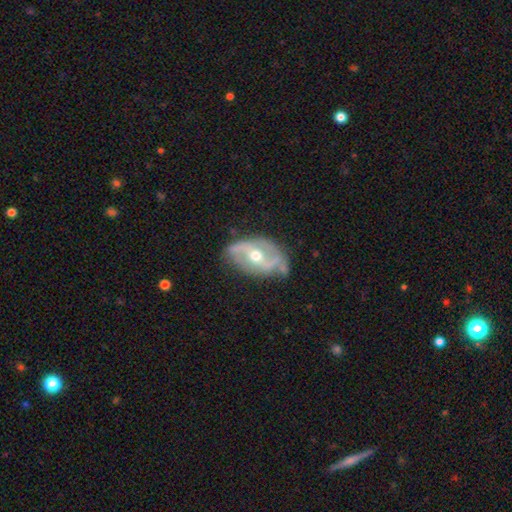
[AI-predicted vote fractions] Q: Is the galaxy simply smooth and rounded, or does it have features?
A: featured or disk — 81%.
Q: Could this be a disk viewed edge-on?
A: no — 94%.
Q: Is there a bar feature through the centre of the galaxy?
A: weak — 38%.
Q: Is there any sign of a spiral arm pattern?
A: yes — 81%.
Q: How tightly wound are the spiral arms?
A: loose — 39%, tied with medium.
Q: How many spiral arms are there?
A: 2 — 81%.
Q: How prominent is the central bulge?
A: moderate — 73%.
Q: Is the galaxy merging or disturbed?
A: none — 62%.